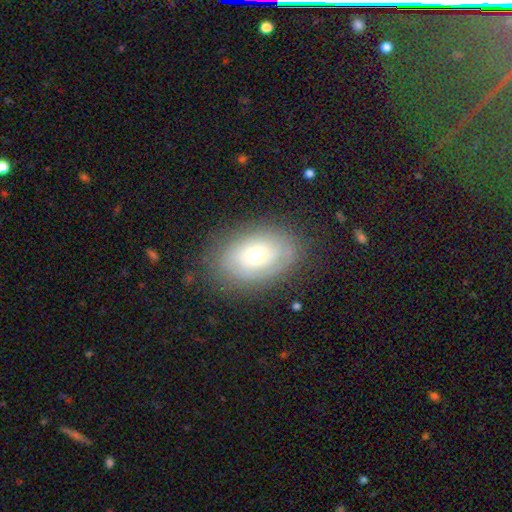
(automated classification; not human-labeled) Morphology: type=smooth (49%); merging=none (77%).